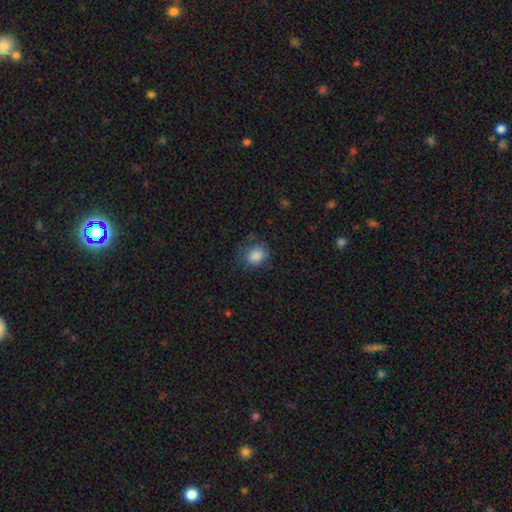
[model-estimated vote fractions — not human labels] Smooth or featured: smooth — 85% (star or artifact — 8%)
How rounded: round — 60% (in between — 39%)
Merging: none — 67% (minor disturbance — 22%)